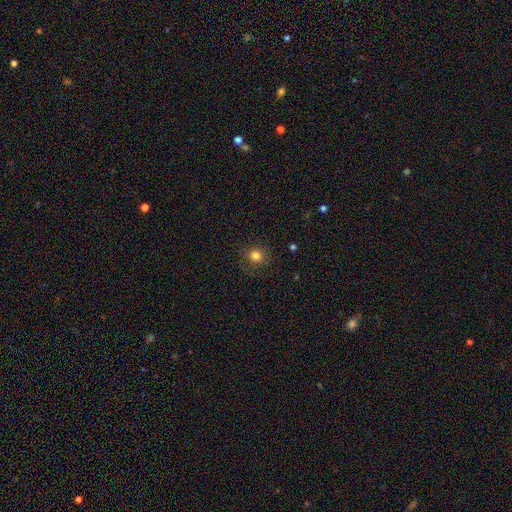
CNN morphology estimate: Q: Smooth or featured?
A: smooth (80%); runner-up: star or artifact (14%)
Q: How rounded?
A: round (89%); runner-up: in between (10%)
Q: Merging?
A: none (85%); runner-up: minor disturbance (10%)